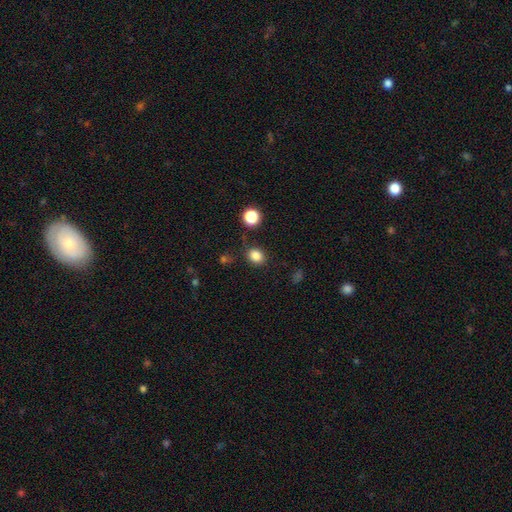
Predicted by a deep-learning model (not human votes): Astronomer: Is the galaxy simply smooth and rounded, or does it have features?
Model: smooth — 84%.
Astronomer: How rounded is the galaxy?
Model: round — 60% (runner-up: in between, 39%).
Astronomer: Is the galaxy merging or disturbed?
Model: none — 81%.